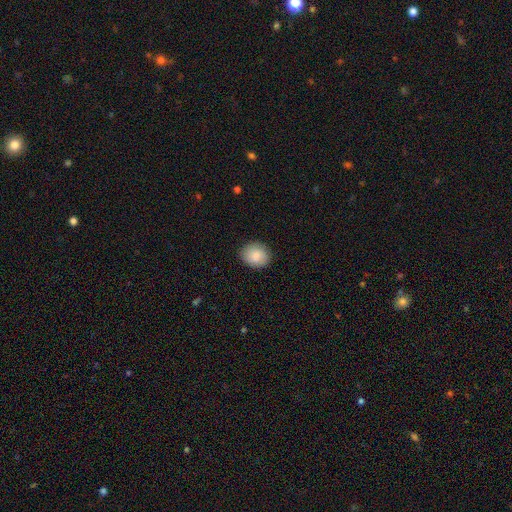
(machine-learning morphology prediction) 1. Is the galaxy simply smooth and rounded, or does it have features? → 87% smooth, 7% star or artifact, 6% featured or disk.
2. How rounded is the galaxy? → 61% round, 38% in between, 1% cigar-shaped.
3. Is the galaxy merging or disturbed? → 88% none, 9% minor disturbance, 2% major disturbance, 1% merger.